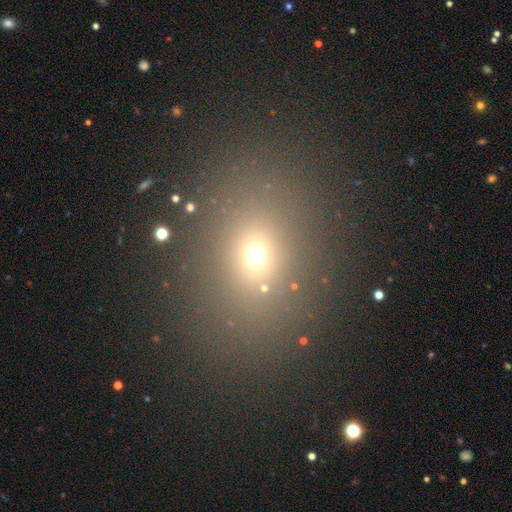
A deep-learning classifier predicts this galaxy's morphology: smooth 63%, star or artifact 27%, featured or disk 10%. Down the decision tree: how rounded — round (49%, tied with in between); merging — none (84%).